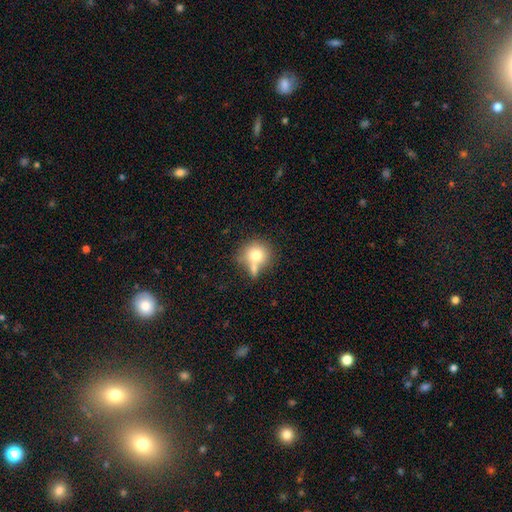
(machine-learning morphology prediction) The model was most divided on "merging": none: 48%, merger: 30%, minor disturbance: 15%, major disturbance: 6%. More confident: how rounded — round (83%); smooth or featured — smooth (74%).